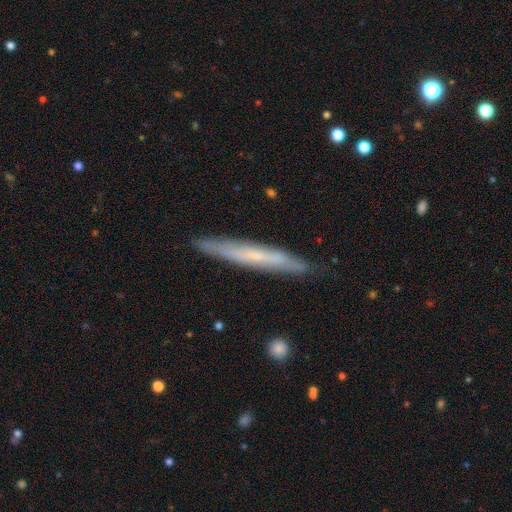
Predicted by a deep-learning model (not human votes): A featured or disk galaxy (48%).

Vote fractions:
- Smooth or featured? featured or disk: 48% / smooth: 46% / star or artifact: 6%
- Merging? none: 88% / minor disturbance: 9% / major disturbance: 2% / merger: 1%